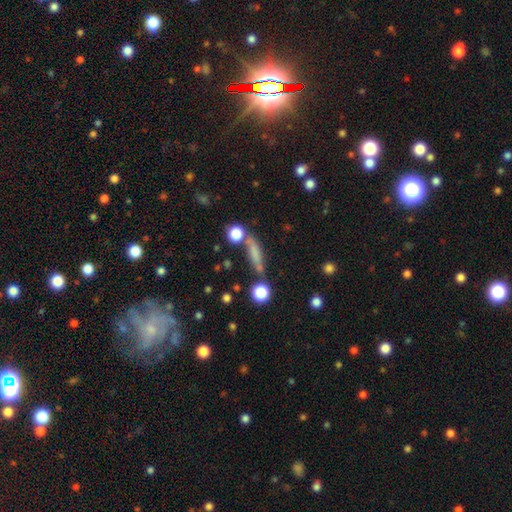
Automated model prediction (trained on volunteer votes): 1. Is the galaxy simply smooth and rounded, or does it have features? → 60% smooth, 25% featured or disk, 15% star or artifact.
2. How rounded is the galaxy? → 63% cigar-shaped, 25% in between, 12% round.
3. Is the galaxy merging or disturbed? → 65% none, 16% minor disturbance, 12% merger, 7% major disturbance.